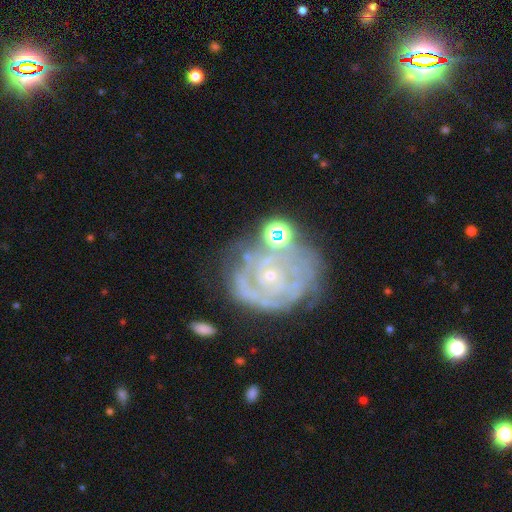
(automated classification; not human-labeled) The model was most divided on "spiral arm count": can't tell: 42%, 2: 22%, 3: 16%, 4: 8%, 1: 6%, more than 4: 6%. More confident: edge-on disk — no (98%); spiral arms — yes (85%); smooth or featured — featured or disk (82%); bar — no (80%); bulge size — small (79%); spiral winding — tight (73%); merging — none (55%).